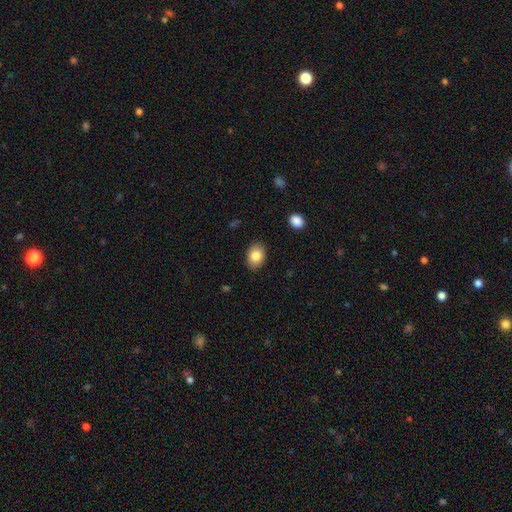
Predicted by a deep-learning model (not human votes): smooth_or_featured: smooth (p=0.84) [alt: featured or disk p=0.08]
how_rounded: in between (p=0.70) [alt: round p=0.29]
merging: none (p=0.87) [alt: minor disturbance p=0.10]